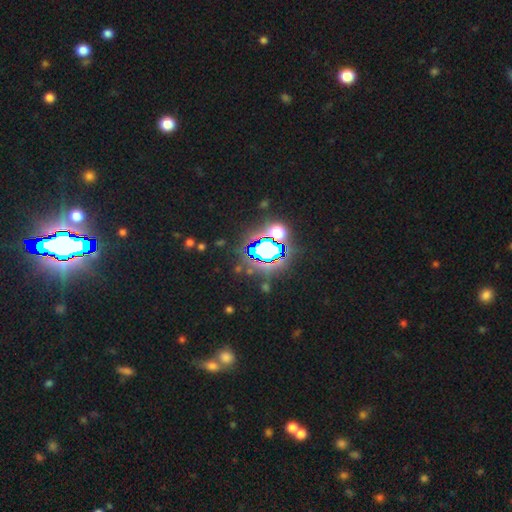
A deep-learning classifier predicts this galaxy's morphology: type=star or artifact (77%).